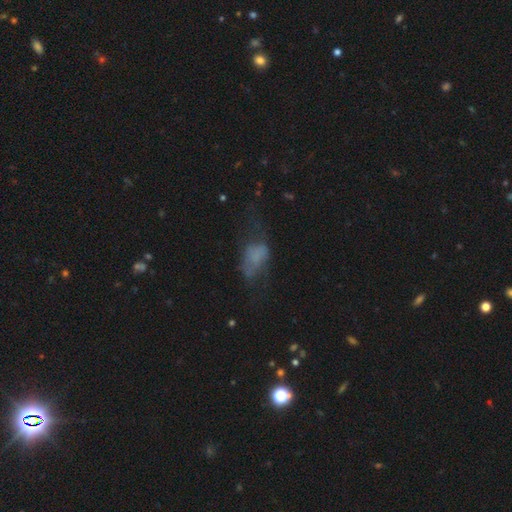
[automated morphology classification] Overall: smooth (53%; featured or disk 31%). How rounded: in between (87%). Merging: major disturbance (45%; none 27%).